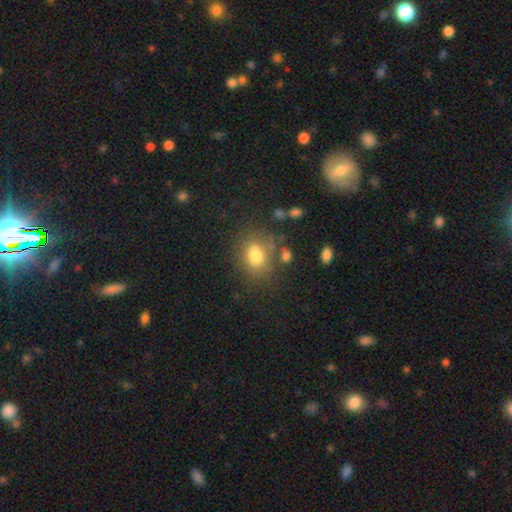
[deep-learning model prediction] smooth_or_featured: smooth (p=0.76) [alt: star or artifact p=0.13]
how_rounded: in between (p=0.61) [alt: round p=0.37]
merging: none (p=0.65) [alt: minor disturbance p=0.18]